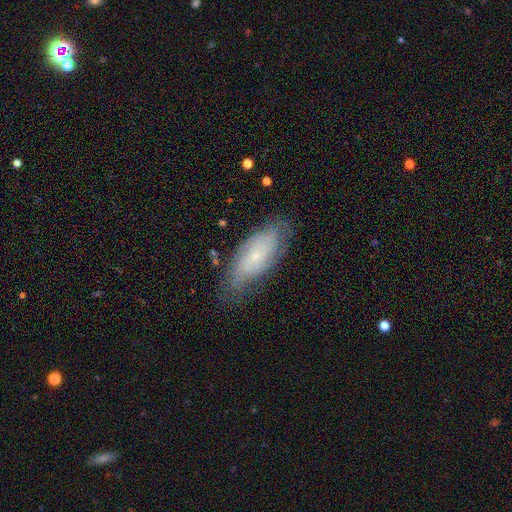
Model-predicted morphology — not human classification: The model was most divided on "smooth or featured": featured or disk: 59%, smooth: 33%, star or artifact: 8%. More confident: edge-on disk — no (86%); spiral arms — yes (83%); bulge size — small (78%); bar — no (73%); merging — none (71%).